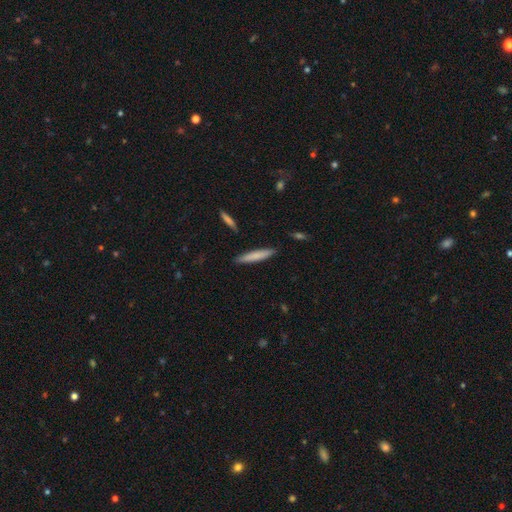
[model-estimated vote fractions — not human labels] A smooth galaxy with no disk features (76%) that is cigar-shaped (92%). Merging: none (89%).